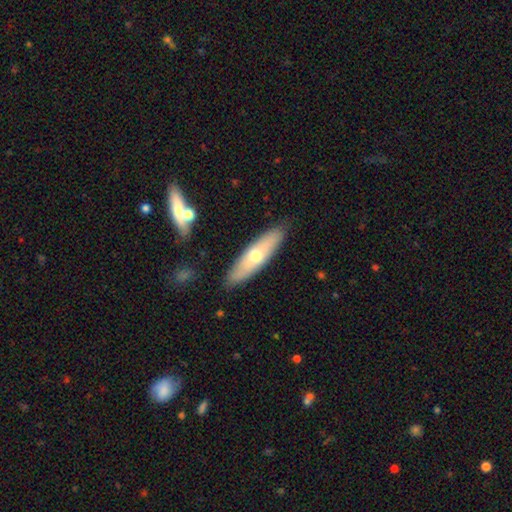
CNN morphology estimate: smooth-or-featured: smooth: 53% | featured or disk: 41% | star or artifact: 6%
  how-rounded: cigar-shaped: 65% | in between: 33% | round: 2%
  merging: none: 87% | minor disturbance: 9% | merger: 2% | major disturbance: 2%